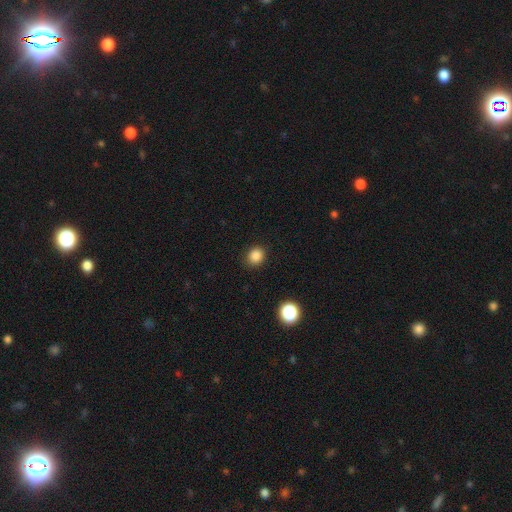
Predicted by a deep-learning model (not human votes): The model was most divided on "how rounded": round: 77%, in between: 22%, cigar-shaped: 1%. More confident: merging — none (88%); smooth or featured — smooth (85%).